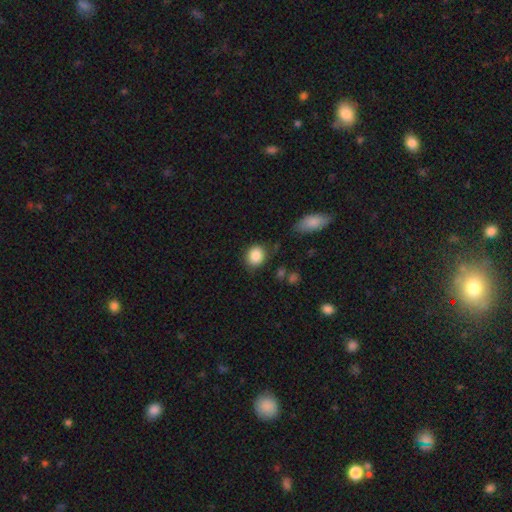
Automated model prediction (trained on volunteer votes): smooth-or-featured: smooth: 88% | star or artifact: 8% | featured or disk: 4%
  how-rounded: round: 70% | in between: 29% | cigar-shaped: 1%
  merging: none: 78% | minor disturbance: 15% | major disturbance: 4% | merger: 3%